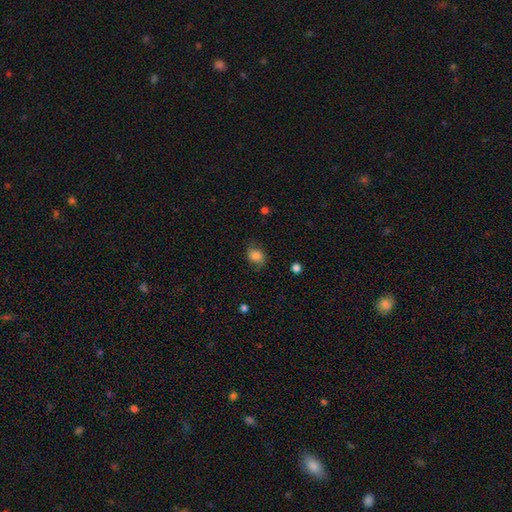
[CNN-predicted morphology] type=smooth (77%); roundness=in between (61%); merging=none (69%).